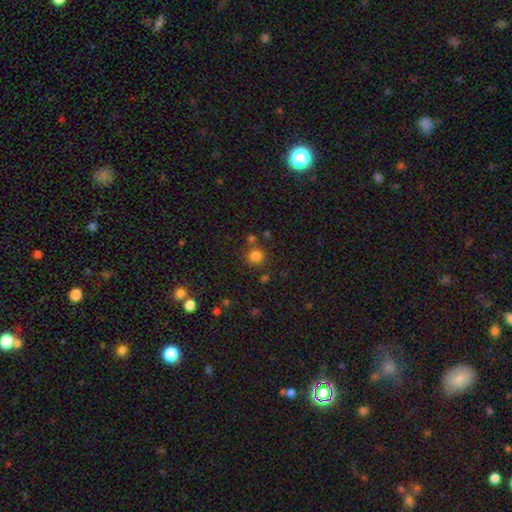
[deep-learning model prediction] Smooth or featured: smooth — 81% (star or artifact — 14%)
How rounded: round — 87% (in between — 12%)
Merging: none — 75% (merger — 11%)